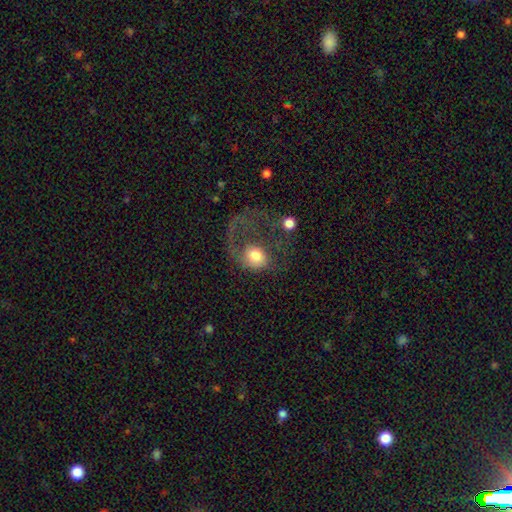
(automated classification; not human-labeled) Overall: smooth (52%; featured or disk 39%). How rounded: round (52%; in between 46%). Merging: major disturbance (59%; none 19%).